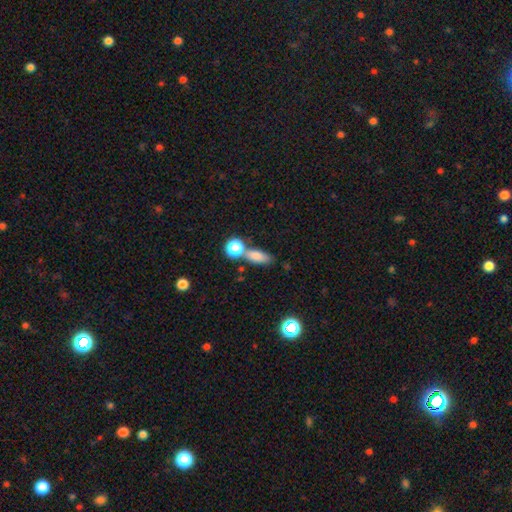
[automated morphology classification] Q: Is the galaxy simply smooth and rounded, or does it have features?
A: smooth — 78%.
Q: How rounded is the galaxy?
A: in between — 73%.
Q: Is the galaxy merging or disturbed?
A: none — 56%.